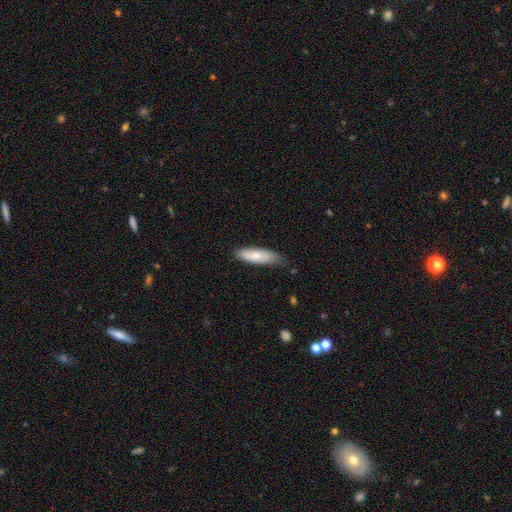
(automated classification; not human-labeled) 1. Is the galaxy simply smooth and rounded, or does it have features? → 71% smooth, 23% featured or disk, 6% star or artifact.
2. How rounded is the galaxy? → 57% in between, 41% cigar-shaped, 2% round.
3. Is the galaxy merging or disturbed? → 72% none, 23% minor disturbance, 3% major disturbance, 1% merger.